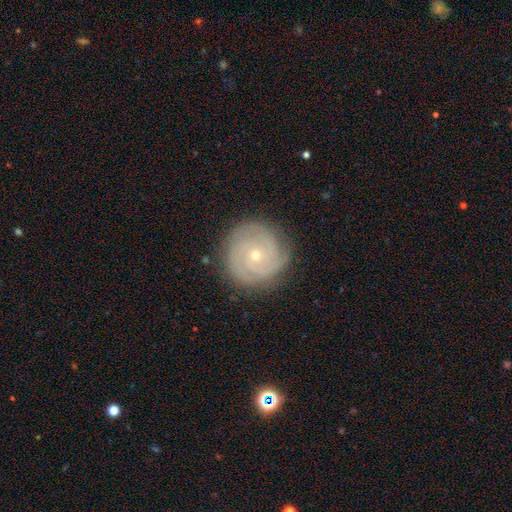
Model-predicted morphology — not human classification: This appears to be a featured or disk galaxy (83%) with no bar (80%), 3 (35%) tight (80%) spiral arms (96%) and a small central bulge (73%). Merging: none (85%).